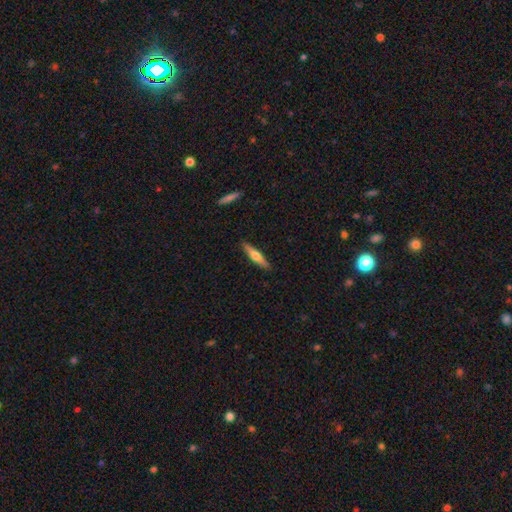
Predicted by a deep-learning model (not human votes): Smooth or featured? featured or disk (51%)
Edge-on disk? yes (96%)
Merging? none (90%)